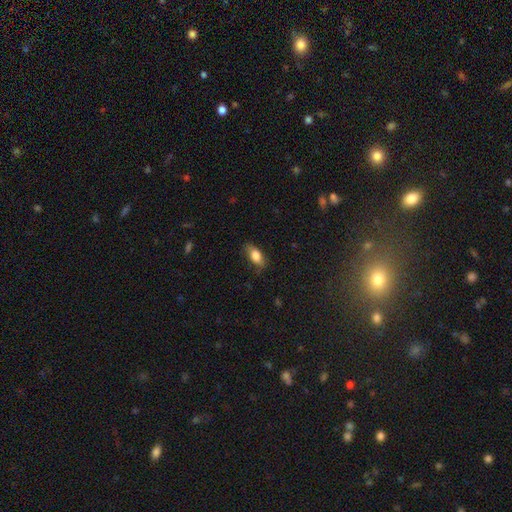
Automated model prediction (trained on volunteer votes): The model was most divided on "merging": none: 77%, minor disturbance: 18%, major disturbance: 4%, merger: 1%. More confident: how rounded — in between (83%); smooth or featured — smooth (78%).